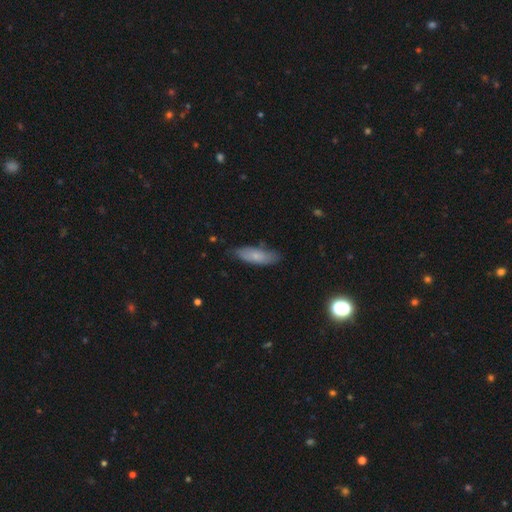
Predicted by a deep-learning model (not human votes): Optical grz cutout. It shows a smooth galaxy with no disk features (72%) that is in between round and cigar-shaped (62%). Merging: none (75%).